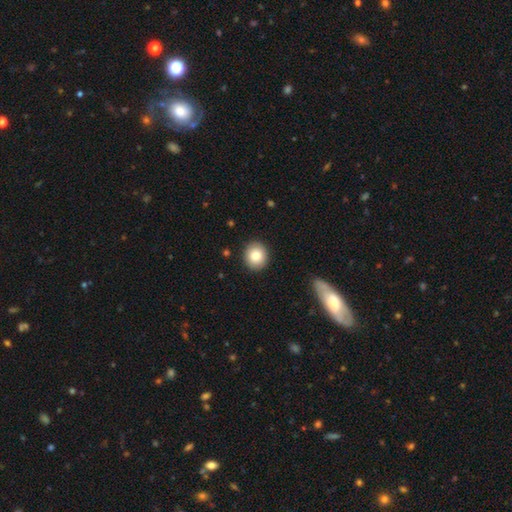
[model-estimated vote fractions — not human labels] A smooth galaxy with no disk features (83%) that is round (86%). Merging: none (91%).